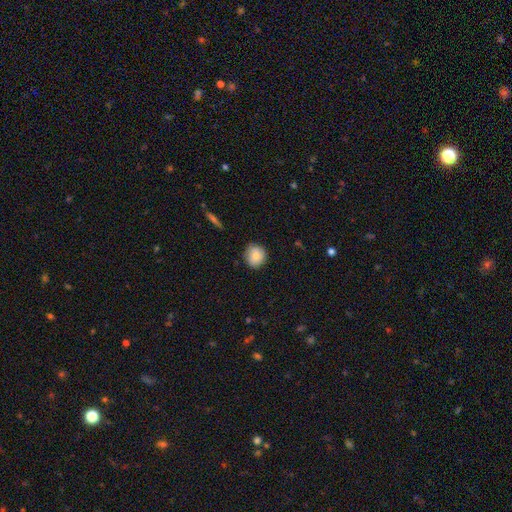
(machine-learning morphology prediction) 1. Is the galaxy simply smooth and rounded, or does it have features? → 81% smooth, 11% featured or disk, 8% star or artifact.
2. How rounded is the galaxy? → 88% round, 11% in between, 1% cigar-shaped.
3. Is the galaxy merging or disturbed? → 83% none, 14% minor disturbance, 2% major disturbance, 1% merger.